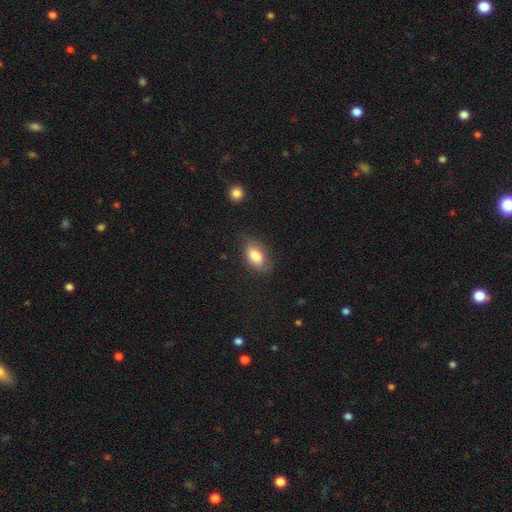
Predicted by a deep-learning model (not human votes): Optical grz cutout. It shows a smooth galaxy with no disk features (83%) that is in between round and cigar-shaped (91%). Merging: none (71%).